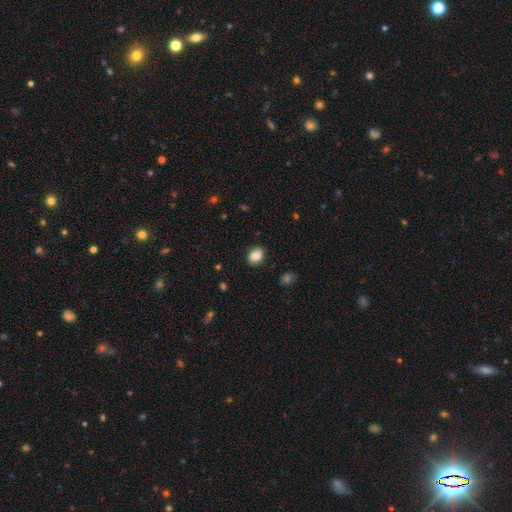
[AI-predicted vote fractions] Smooth or featured? Predicted: smooth (p=0.81). How rounded? Predicted: in between (p=0.56). Merging? Predicted: none (p=0.83).